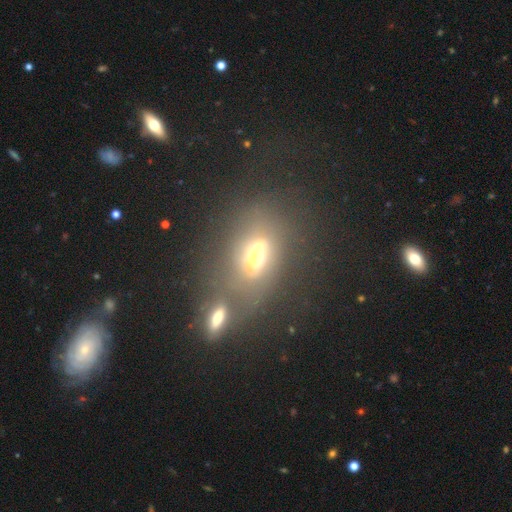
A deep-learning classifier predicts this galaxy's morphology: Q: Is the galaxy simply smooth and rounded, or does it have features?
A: smooth — 49%.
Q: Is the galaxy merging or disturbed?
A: merger — 49%.